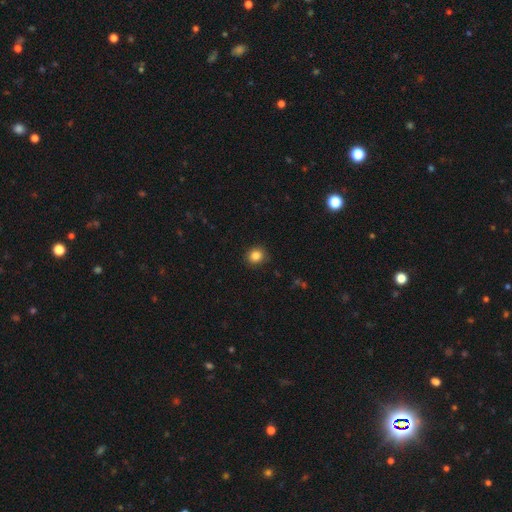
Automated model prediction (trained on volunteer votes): A smooth galaxy with no disk features (85%) that is round (84%). Merging: none (88%).